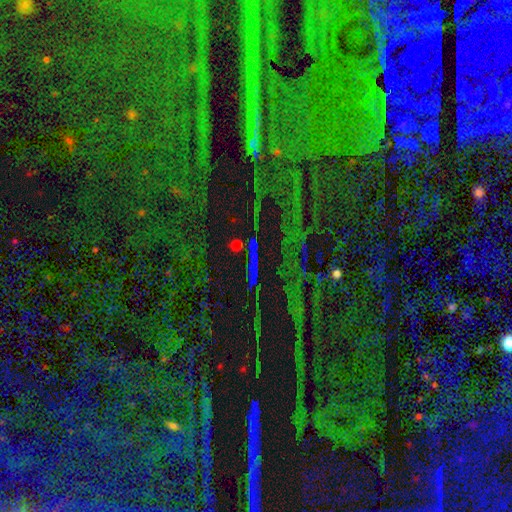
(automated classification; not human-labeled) Smooth or featured? Predicted: star or artifact (p=0.62).